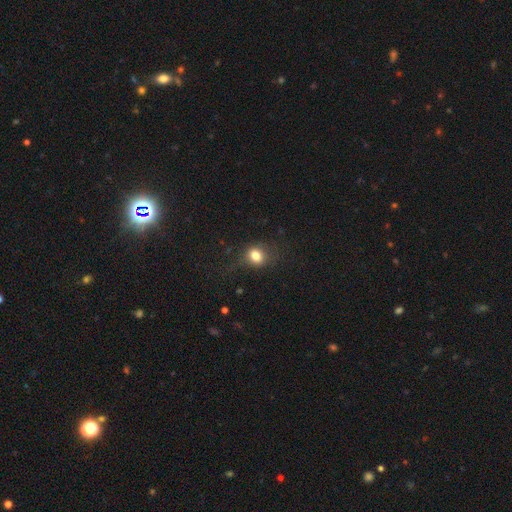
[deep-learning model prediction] A smooth galaxy with no disk features (78%) that is round (56%). Merging: none (63%).